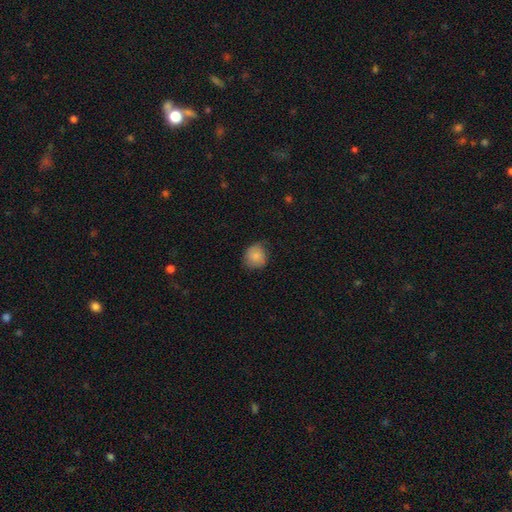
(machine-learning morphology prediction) Overall: smooth (83%). How rounded: round (81%). Merging: none (68%).